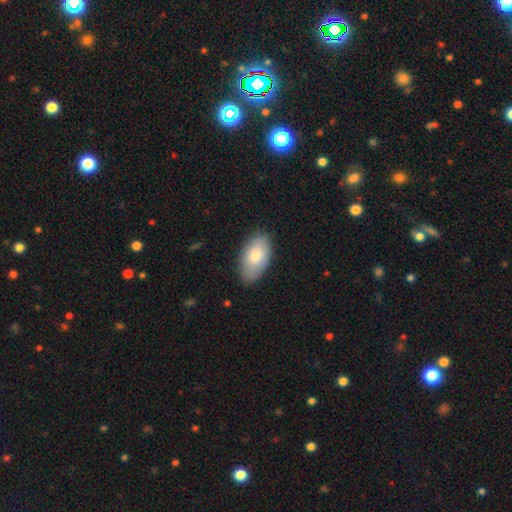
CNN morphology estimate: Smooth or featured? smooth (78%)
How rounded? in between (95%)
Merging? none (83%)